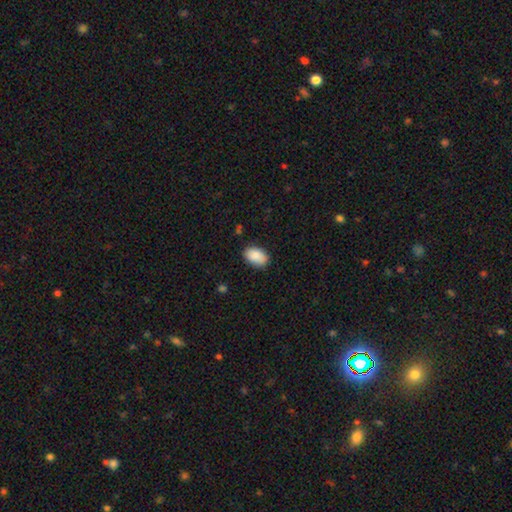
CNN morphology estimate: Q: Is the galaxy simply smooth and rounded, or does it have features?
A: smooth — 89%.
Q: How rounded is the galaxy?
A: in between — 92%.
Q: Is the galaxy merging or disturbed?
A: none — 82%.